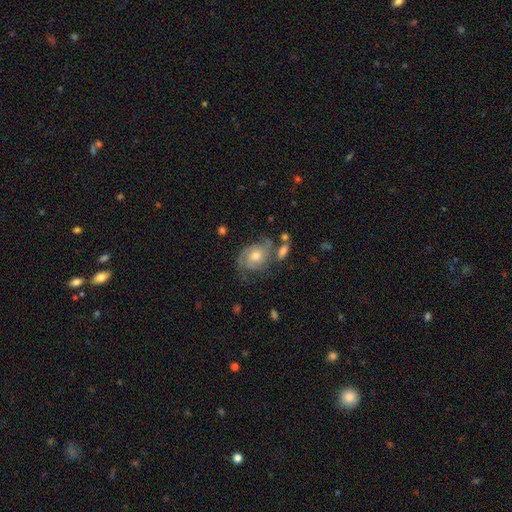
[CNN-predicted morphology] Q: Smooth or featured?
A: featured or disk (79%); runner-up: smooth (13%)
Q: Edge-on disk?
A: no (97%); runner-up: yes (3%)
Q: Bar?
A: no (74%); runner-up: weak (22%)
Q: Spiral arms?
A: yes (95%); runner-up: no (5%)
Q: Spiral winding?
A: tight (49%); runner-up: medium (40%)
Q: Spiral arm count?
A: 2 (58%); runner-up: 3 (17%)
Q: Bulge size?
A: moderate (68%); runner-up: small (21%)
Q: Merging?
A: none (60%); runner-up: minor disturbance (20%)